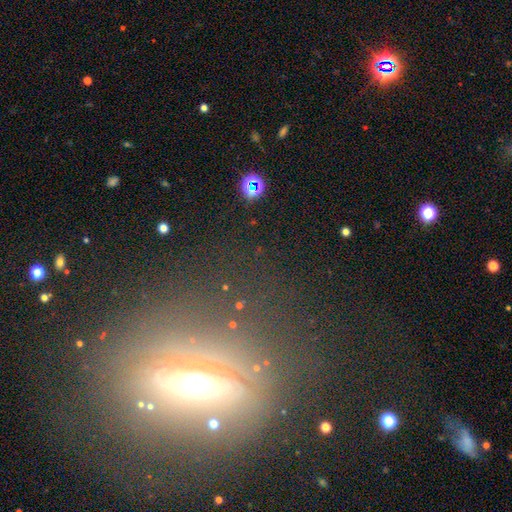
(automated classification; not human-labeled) smooth_or_featured: featured or disk (p=0.38) [alt: star or artifact p=0.35]
merging: none (p=0.76) [alt: minor disturbance p=0.12]